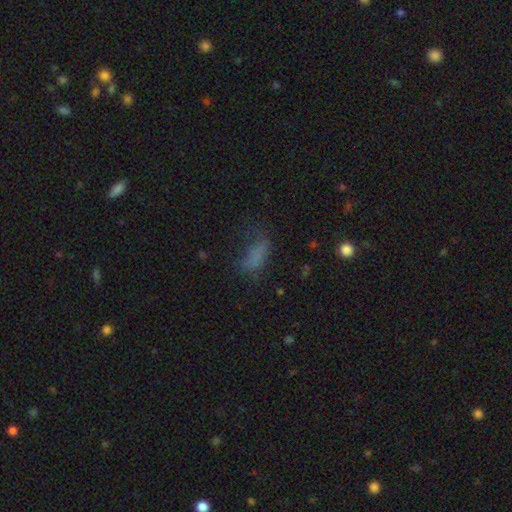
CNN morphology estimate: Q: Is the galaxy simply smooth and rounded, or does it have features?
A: smooth — 67%.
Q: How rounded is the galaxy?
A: in between — 75%.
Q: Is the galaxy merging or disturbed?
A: none — 41%.